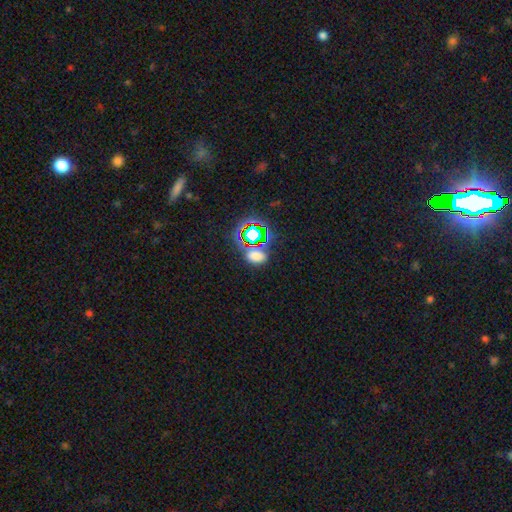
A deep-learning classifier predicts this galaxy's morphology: A smooth galaxy with no disk features (56%) that is in between round and cigar-shaped (75%).

Vote fractions:
- Smooth or featured? smooth: 56% / star or artifact: 36% / featured or disk: 8%
- How rounded? in between: 75% / round: 23% / cigar-shaped: 2%
- Merging? none: 62% / merger: 17% / minor disturbance: 14% / major disturbance: 7%